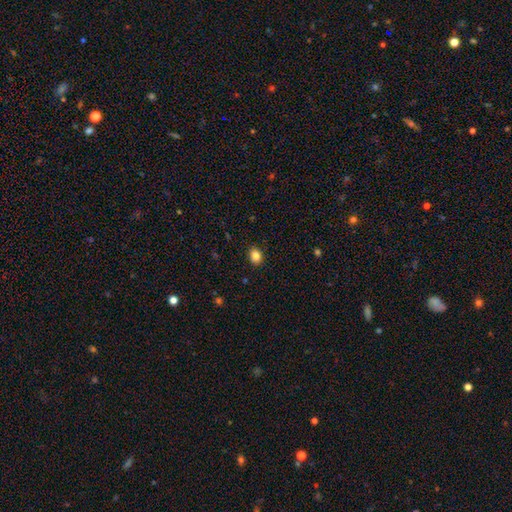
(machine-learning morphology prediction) smooth 85%, star or artifact 10%, featured or disk 5%. Down the decision tree: how rounded — in between (56%); merging — none (90%).